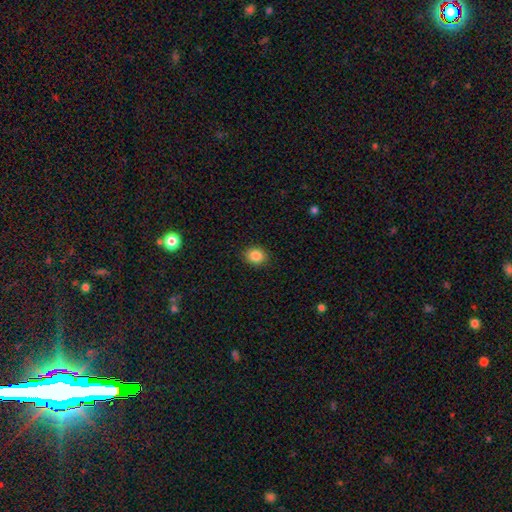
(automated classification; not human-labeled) Smooth or featured? Predicted: smooth (p=0.86). How rounded? Predicted: round (p=0.61). Merging? Predicted: none (p=0.90).